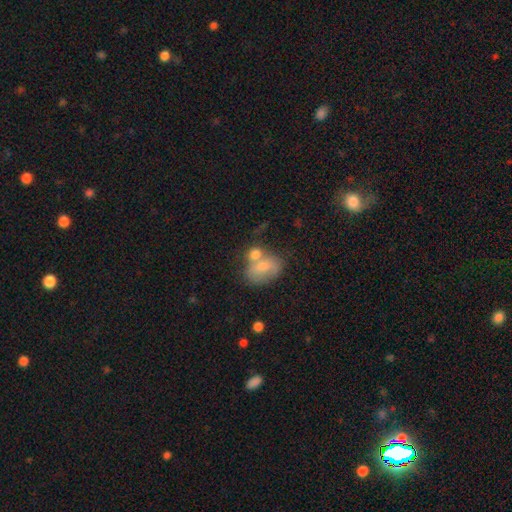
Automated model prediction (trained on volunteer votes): Morphology: type=smooth (66%); roundness=in between (66%); merging=merger (44%).